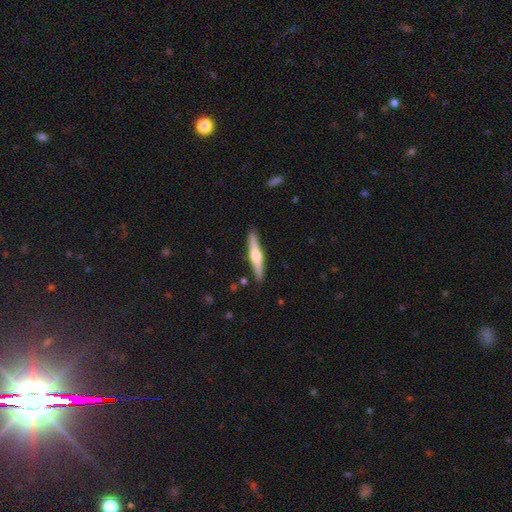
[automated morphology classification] type=featured or disk (62%); edge-on=yes (97%); edge-on bulge=rounded (90%); merging=none (89%).